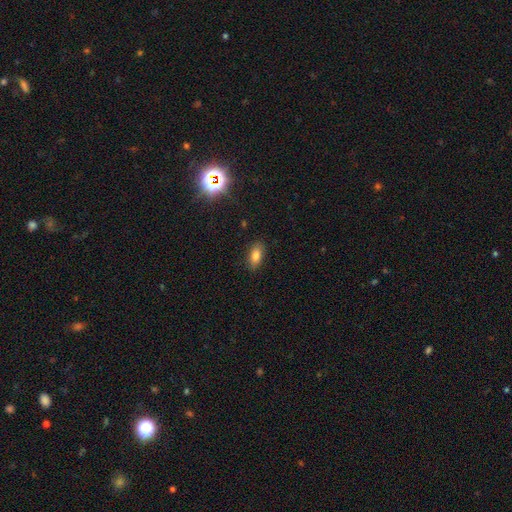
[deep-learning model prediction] smooth-or-featured: smooth: 80% | star or artifact: 11% | featured or disk: 10%
  how-rounded: in between: 88% | cigar-shaped: 7% | round: 5%
  merging: none: 87% | minor disturbance: 10% | major disturbance: 2% | merger: 1%